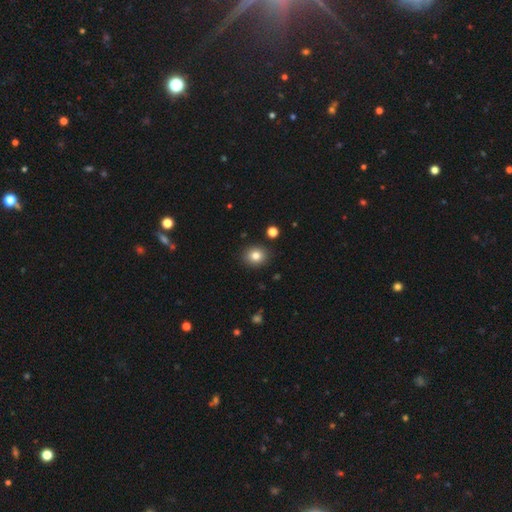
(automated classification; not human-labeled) Overall: smooth (81%). How rounded: round (72%). Merging: none (89%).